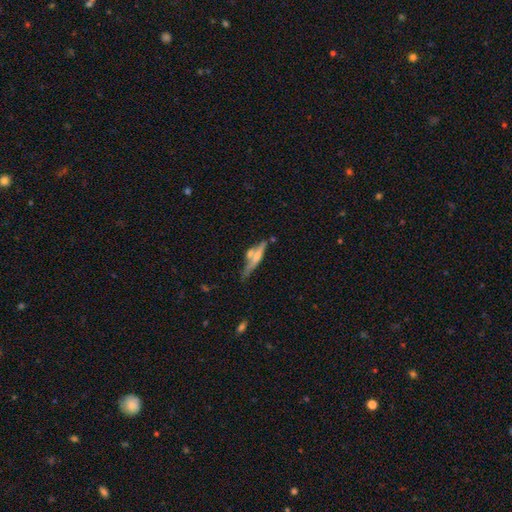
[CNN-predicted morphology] This is possibly a featured or disk galaxy (49%). Merging: possibly none (51%).